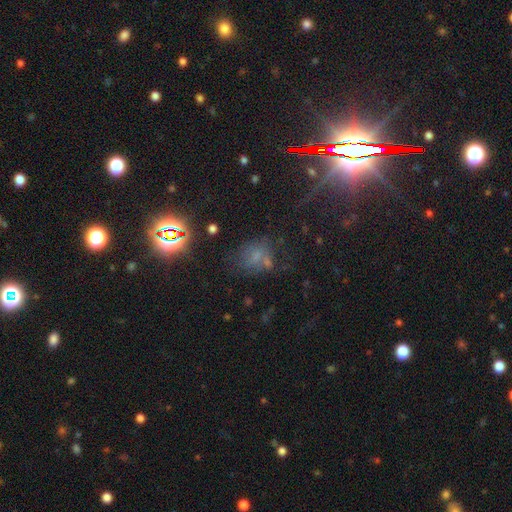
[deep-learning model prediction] This appears to be a smooth galaxy with no disk features (42%). Merging: none (52%).